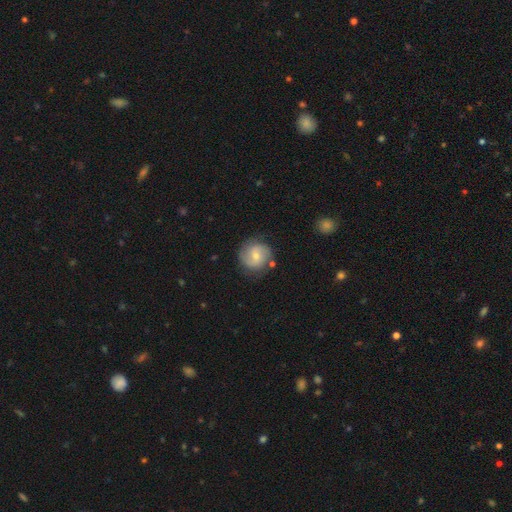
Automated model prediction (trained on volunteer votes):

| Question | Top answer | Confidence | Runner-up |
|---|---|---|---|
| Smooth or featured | featured or disk | 51% | smooth (41%) |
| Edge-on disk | no | 97% | yes (3%) |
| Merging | none | 79% | minor disturbance (13%) |